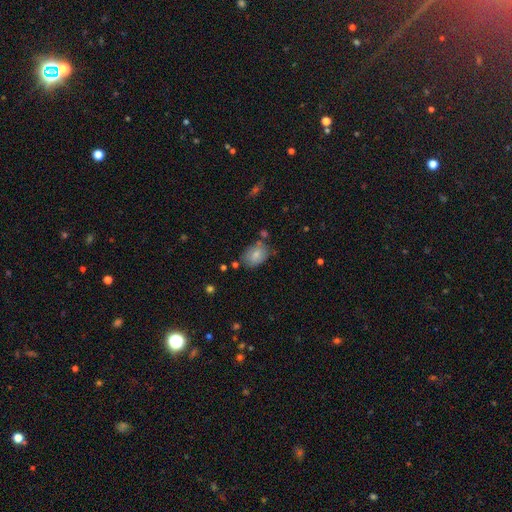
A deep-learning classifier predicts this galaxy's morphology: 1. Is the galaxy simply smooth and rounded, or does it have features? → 78% smooth, 15% featured or disk, 8% star or artifact.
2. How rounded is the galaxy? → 77% in between, 22% round, 1% cigar-shaped.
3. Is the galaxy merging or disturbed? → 64% none, 23% minor disturbance, 7% merger, 6% major disturbance.